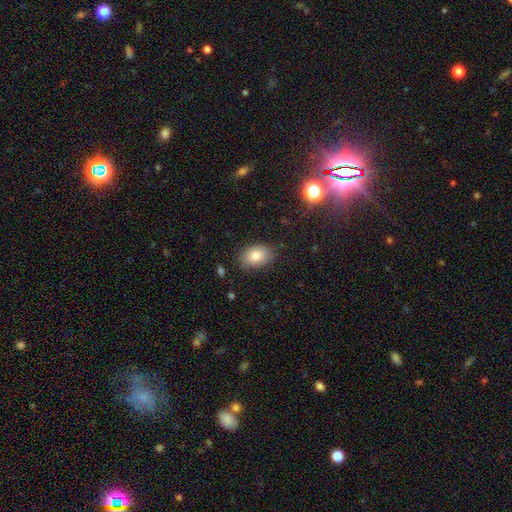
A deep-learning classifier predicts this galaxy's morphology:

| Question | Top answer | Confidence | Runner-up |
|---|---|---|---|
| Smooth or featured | smooth | 83% | featured or disk (9%) |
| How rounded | in between | 84% | round (15%) |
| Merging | none | 83% | minor disturbance (13%) |